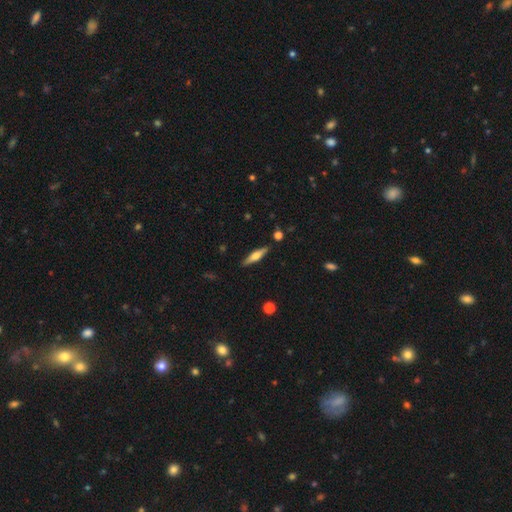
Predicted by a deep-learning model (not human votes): Morphology: type=featured or disk (53%); edge-on=yes (95%); edge-on bulge=rounded (89%); merging=none (88%).